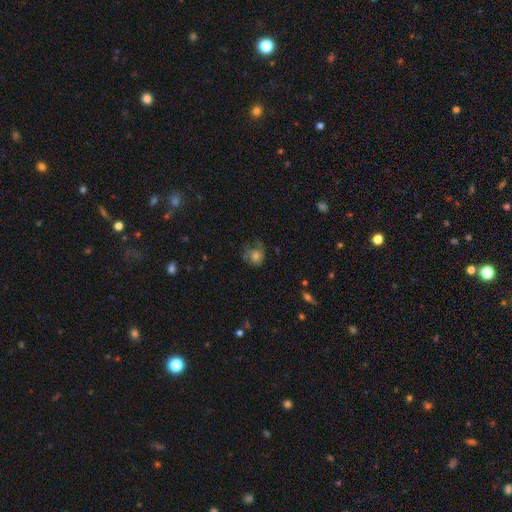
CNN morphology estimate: This is possibly a smooth galaxy (57%). How rounded: likely round (74%). Merging: possibly none (52%).